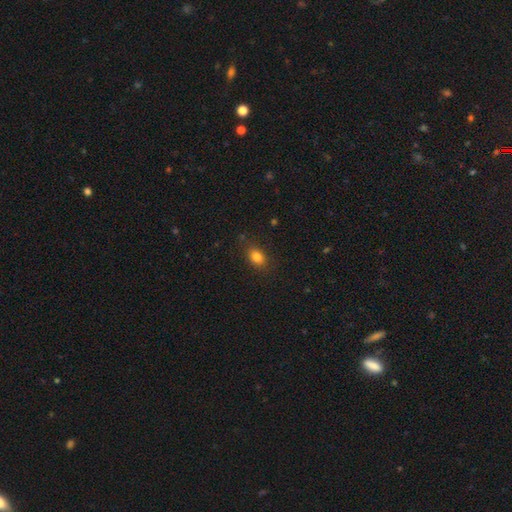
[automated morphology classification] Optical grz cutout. It shows a smooth galaxy with no disk features (81%) that is in between round and cigar-shaped (73%). Merging: none (85%).